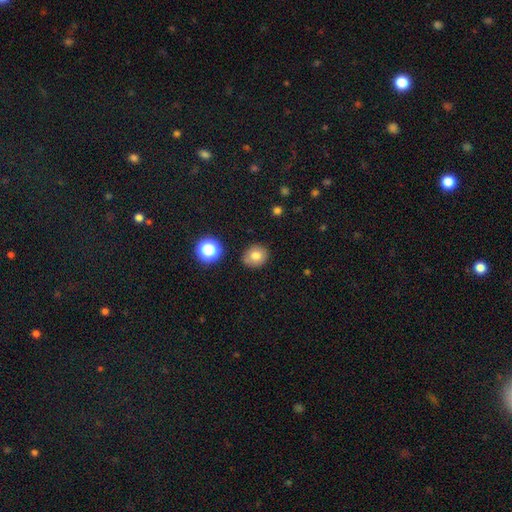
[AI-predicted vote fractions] smooth 77%, star or artifact 13%, featured or disk 10%. Down the decision tree: how rounded — round (77%); merging — none (82%).